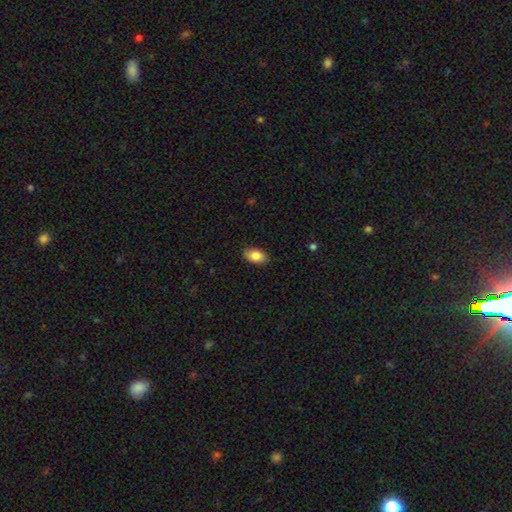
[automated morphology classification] This is clearly a smooth galaxy (84%). How rounded: clearly in between (92%). Merging: clearly none (89%).